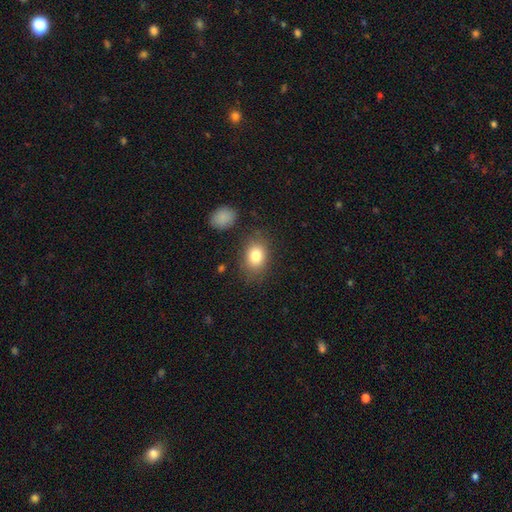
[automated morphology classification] Q: Smooth or featured?
A: smooth (81%); runner-up: star or artifact (9%)
Q: How rounded?
A: in between (69%); runner-up: round (29%)
Q: Merging?
A: none (79%); runner-up: minor disturbance (14%)